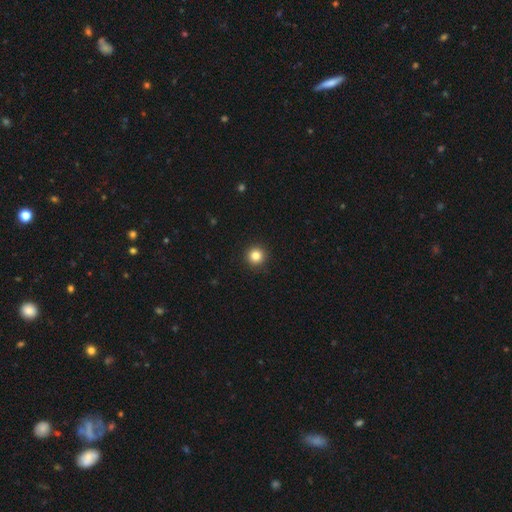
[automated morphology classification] type=smooth (84%); roundness=round (96%); merging=none (93%).